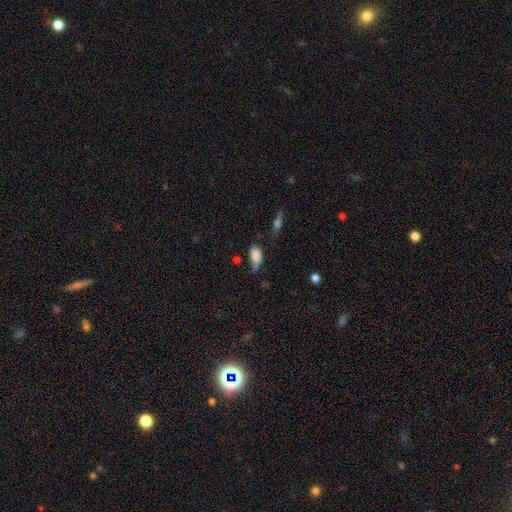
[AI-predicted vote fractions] smooth_or_featured: smooth (p=0.83) [alt: star or artifact p=0.09]
how_rounded: in between (p=0.89) [alt: cigar-shaped p=0.06]
merging: minor disturbance (p=0.41) [alt: none p=0.37]